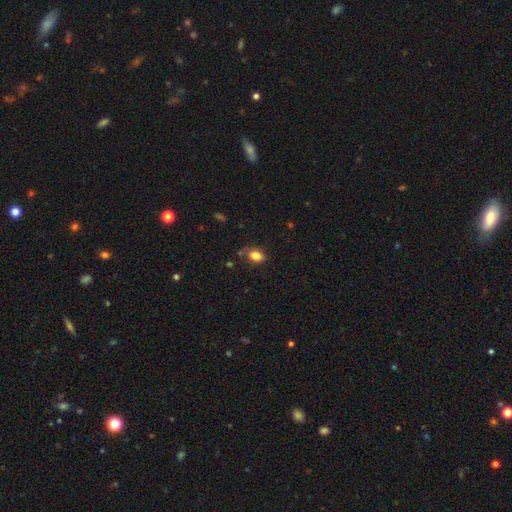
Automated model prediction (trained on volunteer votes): A smooth galaxy with no disk features (83%) that is in between round and cigar-shaped (81%). Merging: none (68%).